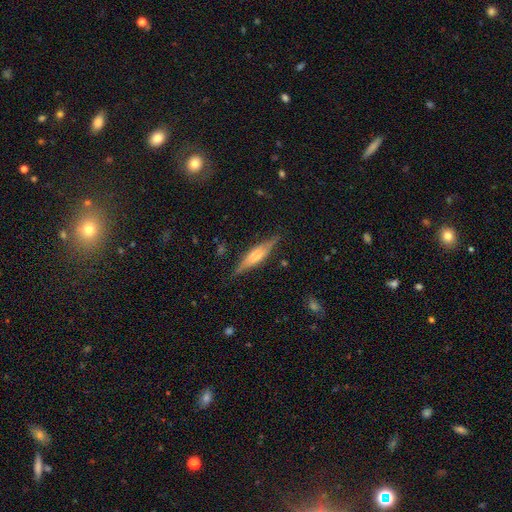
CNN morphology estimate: Q: Smooth or featured?
A: featured or disk (60%); runner-up: smooth (33%)
Q: Edge-on disk?
A: yes (95%); runner-up: no (5%)
Q: Edge-on bulge?
A: rounded (43%); runner-up: boxy (40%)
Q: Merging?
A: none (84%); runner-up: minor disturbance (12%)